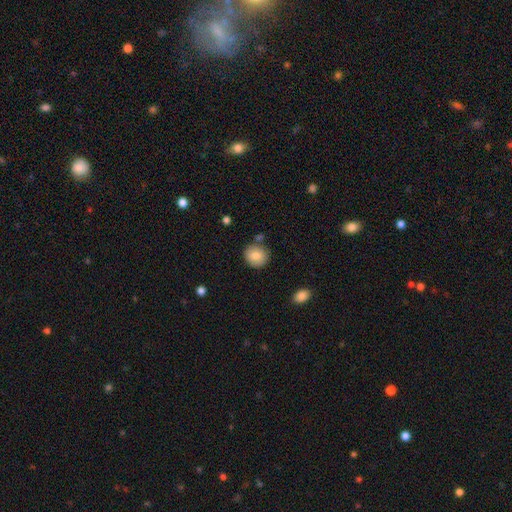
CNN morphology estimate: Smooth or featured? smooth (82%)
How rounded? round (84%)
Merging? none (80%)